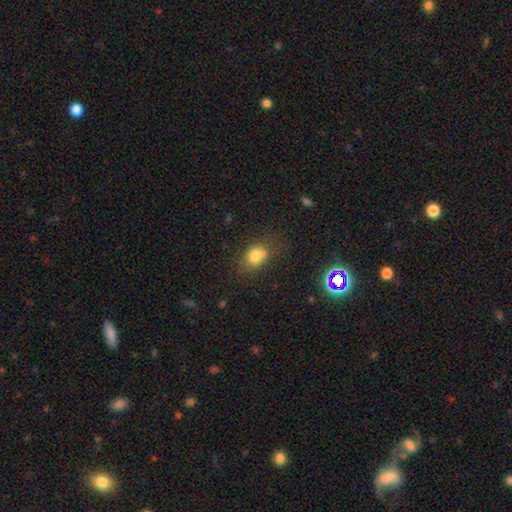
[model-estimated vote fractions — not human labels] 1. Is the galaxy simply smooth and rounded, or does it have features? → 78% smooth, 12% star or artifact, 10% featured or disk.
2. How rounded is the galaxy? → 55% in between, 44% round, 1% cigar-shaped.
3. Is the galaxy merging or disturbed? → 61% none, 22% minor disturbance, 8% major disturbance, 8% merger.